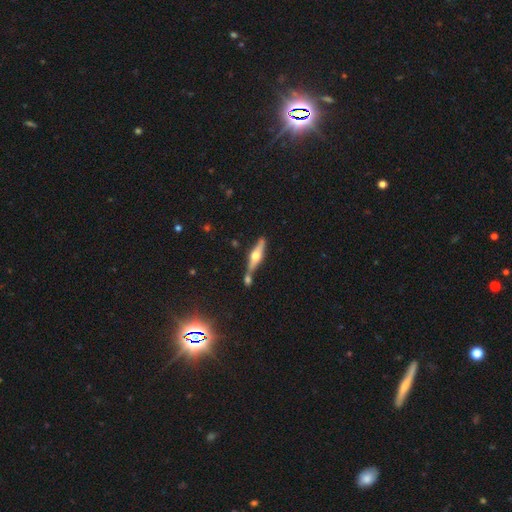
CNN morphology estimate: Smooth or featured? Predicted: featured or disk (p=0.67). Edge-on disk? Predicted: yes (p=0.94). Edge-on bulge? Predicted: rounded (p=0.95). Merging? Predicted: none (p=0.62).